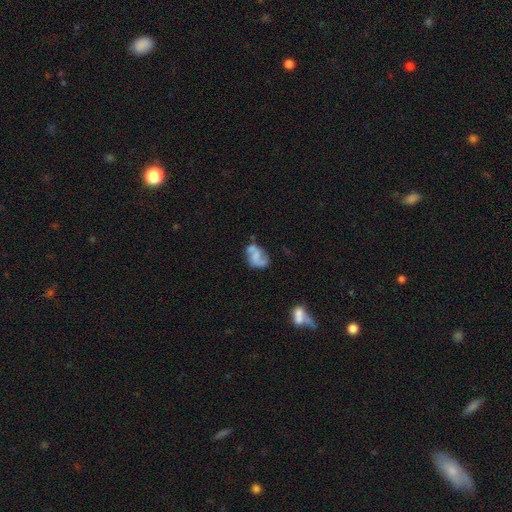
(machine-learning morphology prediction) smooth_or_featured: featured or disk (p=0.63) [alt: smooth p=0.28]
disk_edge_on: no (p=0.98) [alt: yes p=0.02]
bar: no (p=0.54) [alt: weak p=0.34]
has_spiral_arms: yes (p=0.83) [alt: no p=0.17]
spiral_winding: loose (p=0.53) [alt: medium p=0.35]
spiral_arm_count: 2 (p=0.85) [alt: can't tell p=0.06]
bulge_size: none (p=0.59) [alt: small p=0.21]
merging: none (p=0.51) [alt: minor disturbance p=0.24]